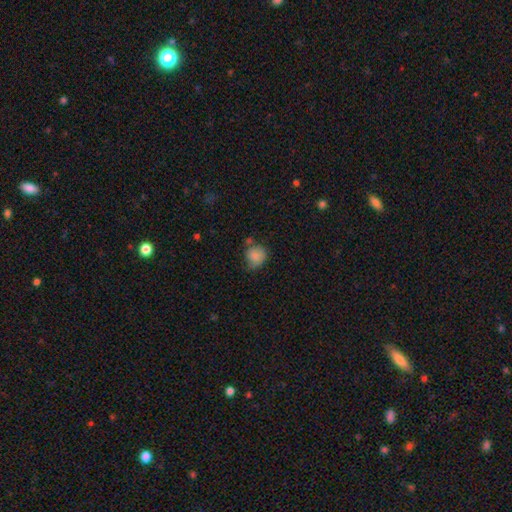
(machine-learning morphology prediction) Q: Smooth or featured?
A: smooth (83%); runner-up: featured or disk (9%)
Q: How rounded?
A: round (81%); runner-up: in between (18%)
Q: Merging?
A: none (56%); runner-up: minor disturbance (28%)